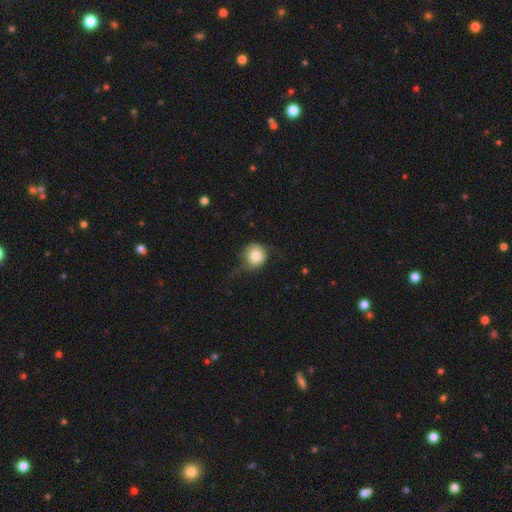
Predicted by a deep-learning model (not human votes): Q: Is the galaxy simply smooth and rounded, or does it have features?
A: smooth — 79%.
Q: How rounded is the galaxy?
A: round — 90%.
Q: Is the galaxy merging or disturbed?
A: none — 47%.